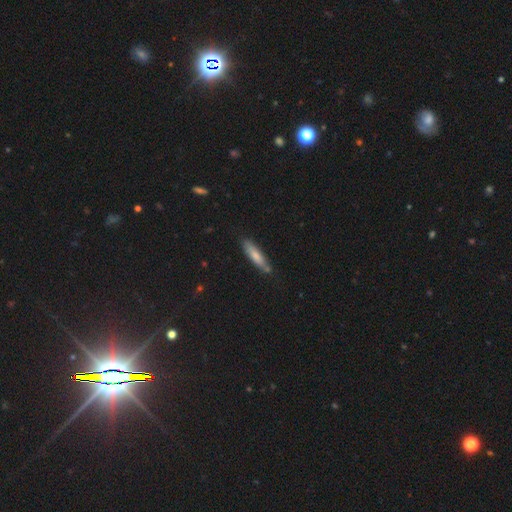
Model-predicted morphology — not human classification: smooth_or_featured: smooth (p=0.72) [alt: featured or disk p=0.22]
how_rounded: cigar-shaped (p=0.79) [alt: in between p=0.19]
merging: none (p=0.76) [alt: minor disturbance p=0.16]